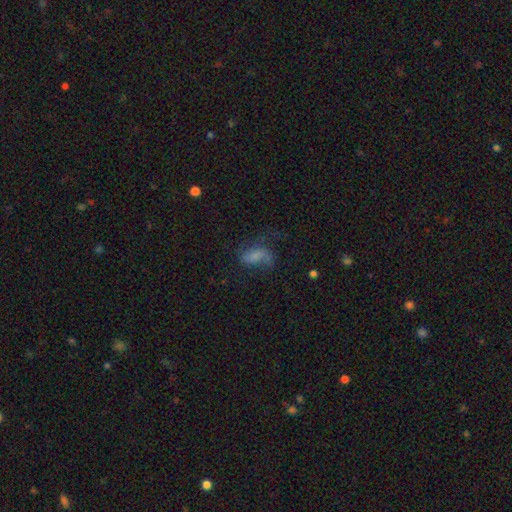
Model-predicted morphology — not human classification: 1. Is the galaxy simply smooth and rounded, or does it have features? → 48% smooth, 39% featured or disk, 13% star or artifact.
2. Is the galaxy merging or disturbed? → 37% major disturbance, 36% none, 24% minor disturbance, 3% merger.